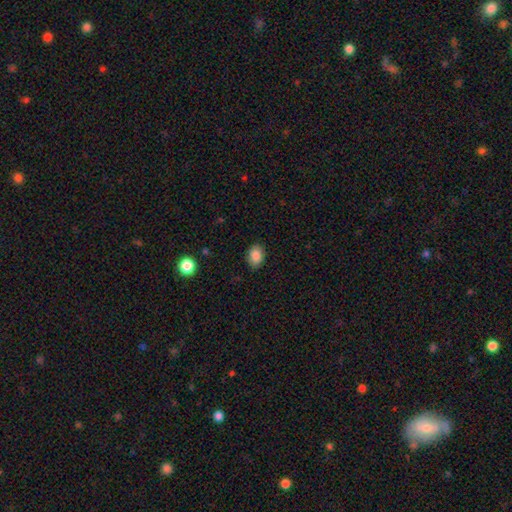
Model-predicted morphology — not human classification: smooth_or_featured: smooth (p=0.86) [alt: star or artifact p=0.09]
how_rounded: in between (p=0.72) [alt: round p=0.27]
merging: none (p=0.87) [alt: minor disturbance p=0.10]